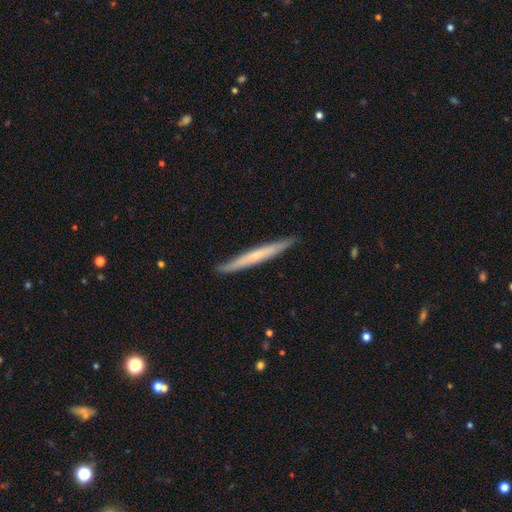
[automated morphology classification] Q: Smooth or featured?
A: smooth (48%); runner-up: featured or disk (46%)
Q: Merging?
A: none (89%); runner-up: minor disturbance (8%)